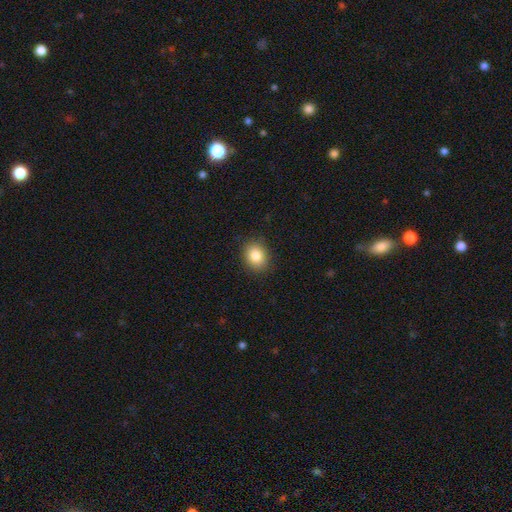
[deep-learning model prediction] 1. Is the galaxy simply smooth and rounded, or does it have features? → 84% smooth, 9% star or artifact, 7% featured or disk.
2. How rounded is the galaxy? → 56% round, 43% in between, 1% cigar-shaped.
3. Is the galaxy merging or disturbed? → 87% none, 9% minor disturbance, 2% major disturbance, 1% merger.